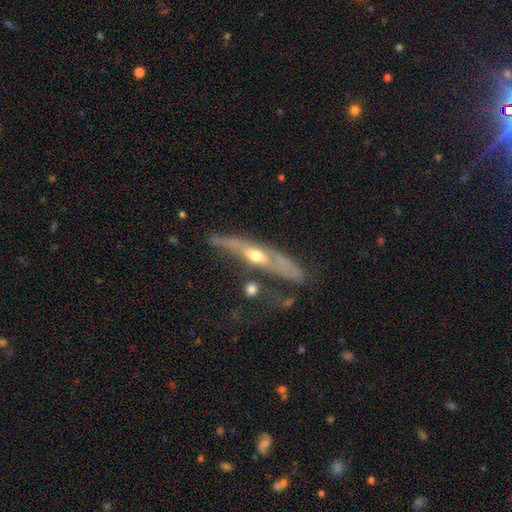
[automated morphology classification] Q: Smooth or featured?
A: featured or disk (72%); runner-up: smooth (22%)
Q: Edge-on disk?
A: yes (66%); runner-up: no (34%)
Q: Merging?
A: none (55%); runner-up: minor disturbance (25%)